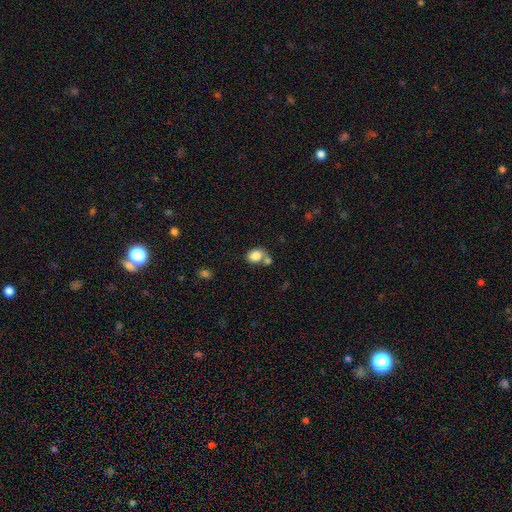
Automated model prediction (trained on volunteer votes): Morphology: type=smooth (84%); roundness=in between (61%); merging=none (49%).